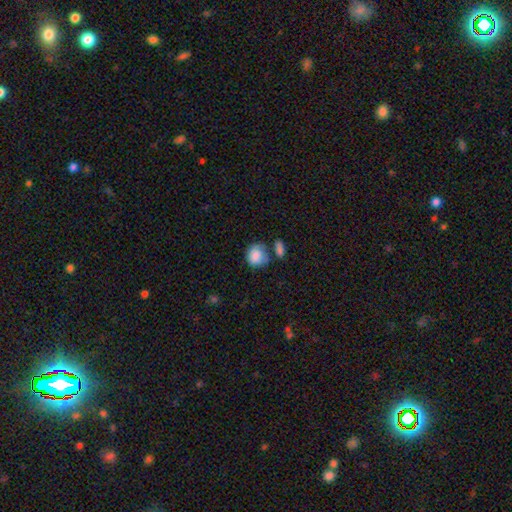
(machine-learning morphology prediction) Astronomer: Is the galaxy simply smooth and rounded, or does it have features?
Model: smooth — 84%.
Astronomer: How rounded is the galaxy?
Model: round — 65%.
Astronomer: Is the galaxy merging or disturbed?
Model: none — 45% (runner-up: minor disturbance, 24%).